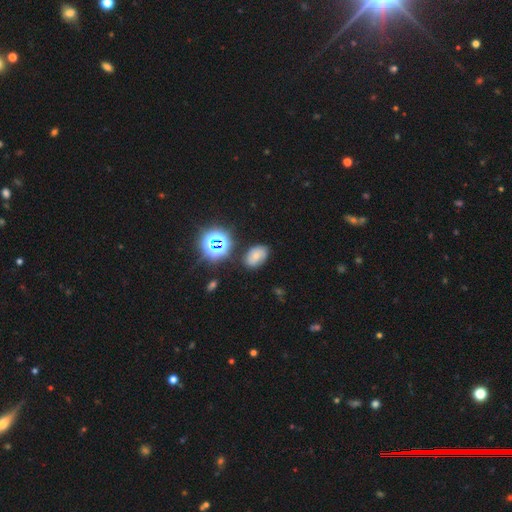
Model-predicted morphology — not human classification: smooth_or_featured: smooth (p=0.53) [alt: star or artifact p=0.24]
how_rounded: in between (p=0.81) [alt: round p=0.18]
merging: none (p=0.76) [alt: minor disturbance p=0.16]